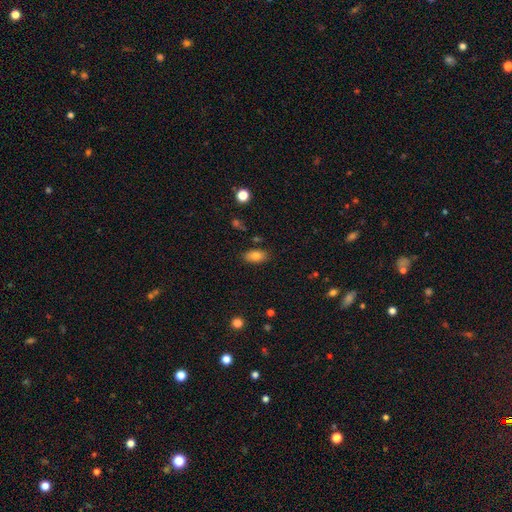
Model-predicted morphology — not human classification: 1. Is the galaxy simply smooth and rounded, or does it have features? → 80% smooth, 11% featured or disk, 9% star or artifact.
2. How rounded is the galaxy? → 89% in between, 7% round, 4% cigar-shaped.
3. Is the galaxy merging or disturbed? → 83% none, 12% minor disturbance, 3% major disturbance, 2% merger.